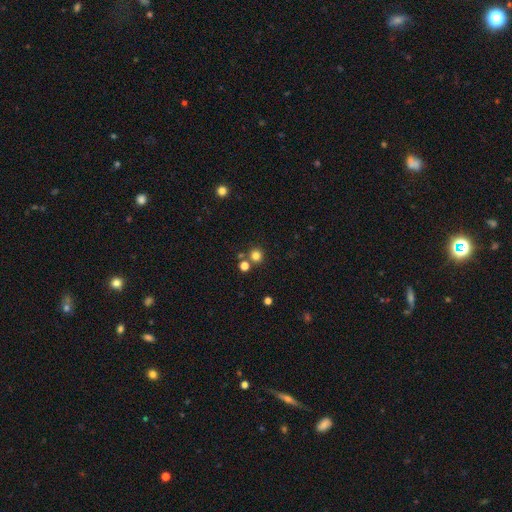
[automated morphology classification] Smooth or featured?
  - smooth: 79% *
  - star or artifact: 16%
  - featured or disk: 6%
How rounded?
  - round: 92% *
  - in between: 7%
  - cigar-shaped: 1%
Merging?
  - none: 77% *
  - merger: 14%
  - minor disturbance: 7%
  - major disturbance: 3%